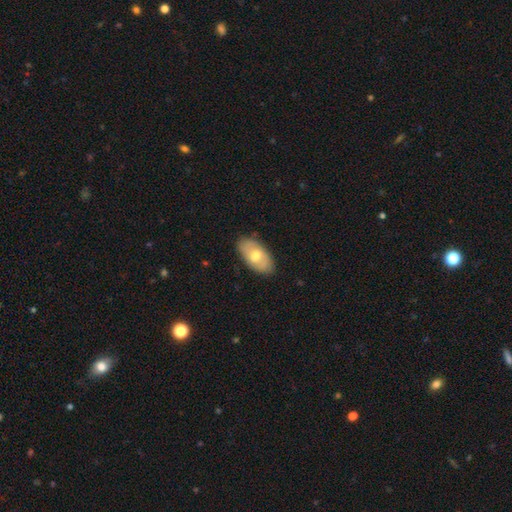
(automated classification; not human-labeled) The model was most divided on "smooth or featured": smooth: 63%, featured or disk: 31%, star or artifact: 6%. More confident: how rounded — in between (94%); merging — none (86%).